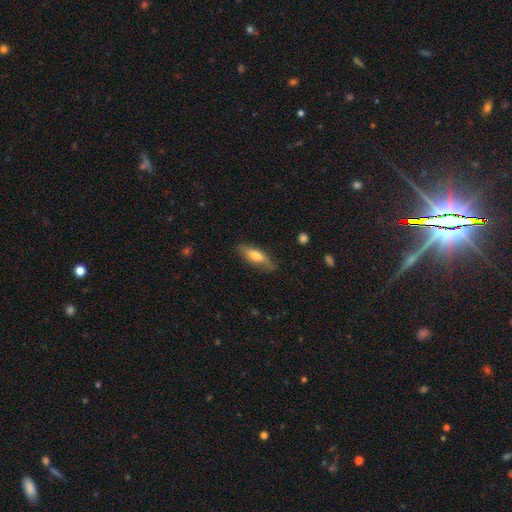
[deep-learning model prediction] Smooth or featured: smooth — 68% (featured or disk — 25%)
How rounded: in between — 56% (cigar-shaped — 42%)
Merging: none — 78% (minor disturbance — 17%)